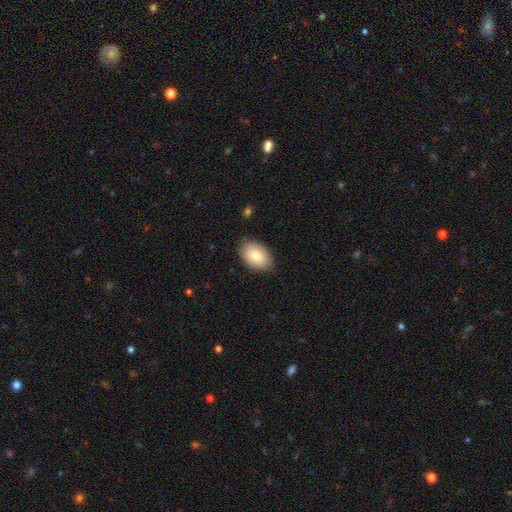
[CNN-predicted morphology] Smooth or featured?
  - smooth: 82% *
  - featured or disk: 12%
  - star or artifact: 6%
How rounded?
  - in between: 88% *
  - round: 11%
  - cigar-shaped: 1%
Merging?
  - none: 84% *
  - minor disturbance: 12%
  - major disturbance: 2%
  - merger: 1%